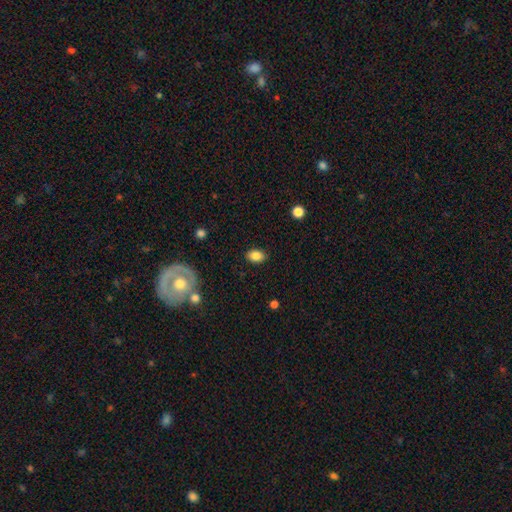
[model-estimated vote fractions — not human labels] Smooth or featured? Predicted: smooth (p=0.85). How rounded? Predicted: in between (p=0.81). Merging? Predicted: none (p=0.87).